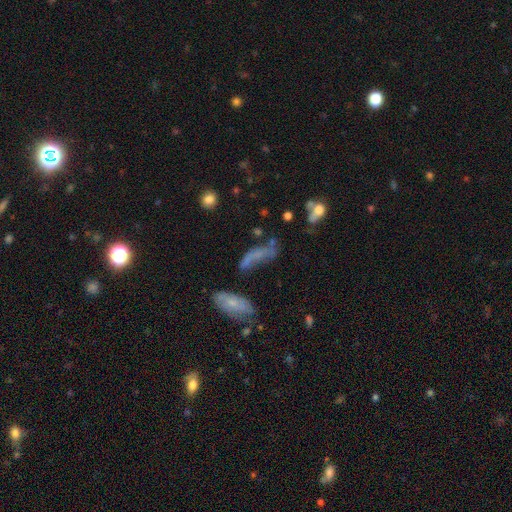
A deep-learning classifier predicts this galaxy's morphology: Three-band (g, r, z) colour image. It shows a smooth galaxy with no disk features (43%). Merging: none (41%).